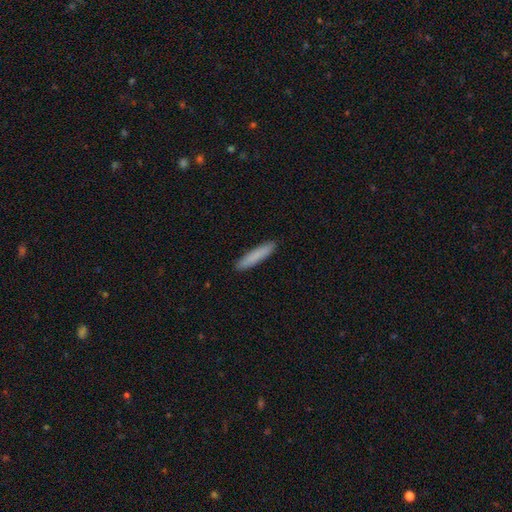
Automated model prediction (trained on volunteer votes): This appears to be a smooth galaxy with no disk features (83%) that is cigar-shaped (91%). Merging: none (92%).